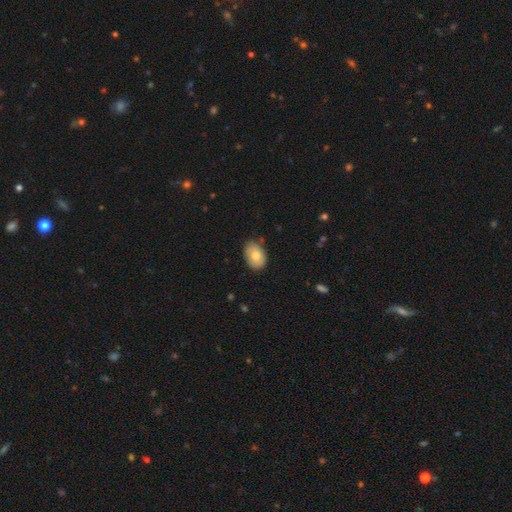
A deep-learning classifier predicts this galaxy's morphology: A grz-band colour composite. It shows a smooth galaxy with no disk features (79%) that is in between round and cigar-shaped (84%). Merging: none (77%).